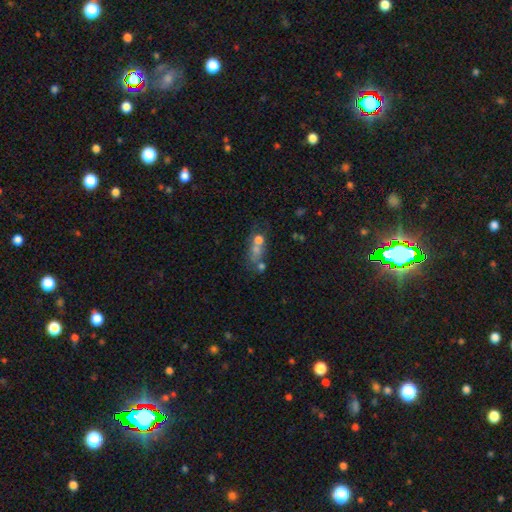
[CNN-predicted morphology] Smooth or featured: smooth — 53% (featured or disk — 26%)
How rounded: in between — 47% (round — 45%)
Merging: merger — 47% (none — 32%)